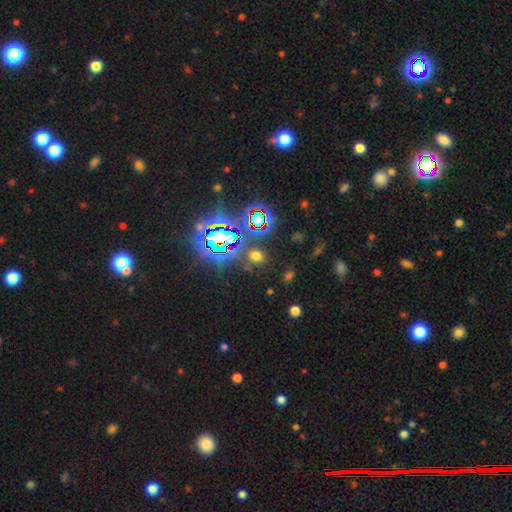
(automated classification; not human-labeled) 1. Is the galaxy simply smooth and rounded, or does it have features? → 46% smooth (tied), 46% star or artifact (tied), 8% featured or disk.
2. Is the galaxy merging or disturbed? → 80% none, 10% minor disturbance, 5% merger, 5% major disturbance.